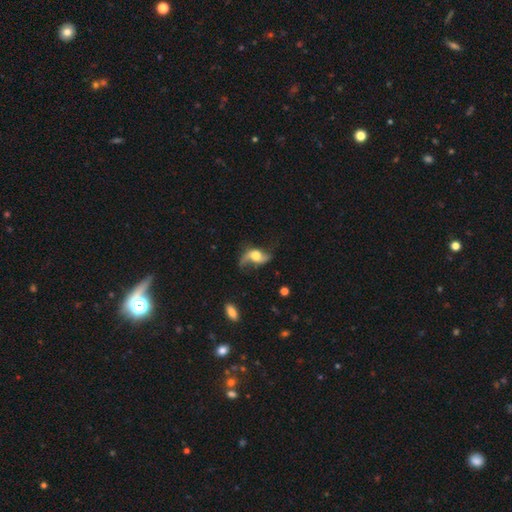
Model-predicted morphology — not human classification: smooth_or_featured: featured or disk (p=0.73) [alt: smooth p=0.19]
disk_edge_on: no (p=0.92) [alt: yes p=0.08]
bar: no (p=0.63) [alt: weak p=0.28]
has_spiral_arms: yes (p=0.91) [alt: no p=0.09]
spiral_winding: loose (p=0.86) [alt: medium p=0.11]
spiral_arm_count: 2 (p=0.85) [alt: 1 p=0.09]
bulge_size: moderate (p=0.48) [alt: large p=0.33]
merging: none (p=0.55) [alt: minor disturbance p=0.21]